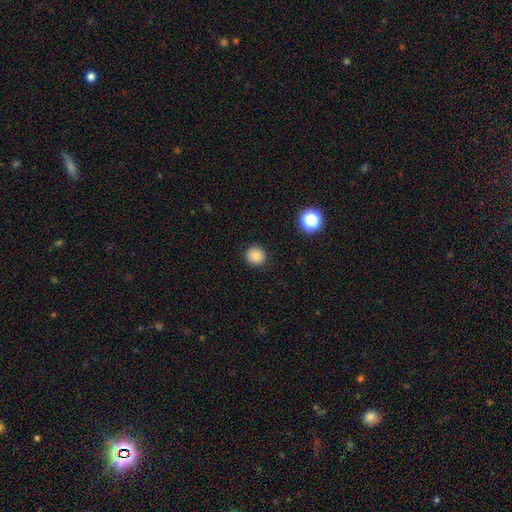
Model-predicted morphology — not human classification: Smooth or featured? Predicted: smooth (p=0.85). How rounded? Predicted: round (p=0.91). Merging? Predicted: none (p=0.90).